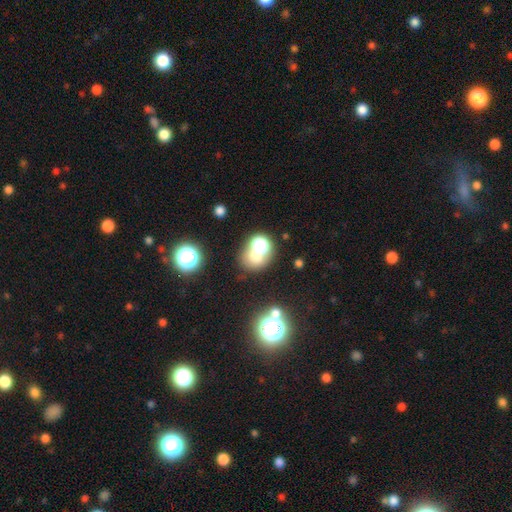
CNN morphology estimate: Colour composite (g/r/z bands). It shows a smooth galaxy with no disk features (59%) that is round (68%). Merging: none (49%).